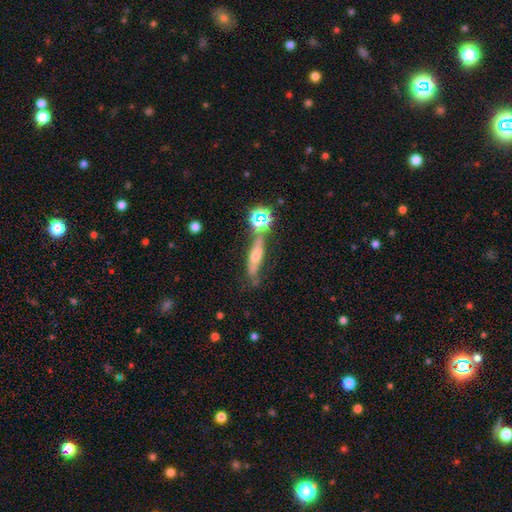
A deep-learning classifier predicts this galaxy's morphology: This is marginally a featured or disk galaxy (44%). Merging: possibly none (57%).